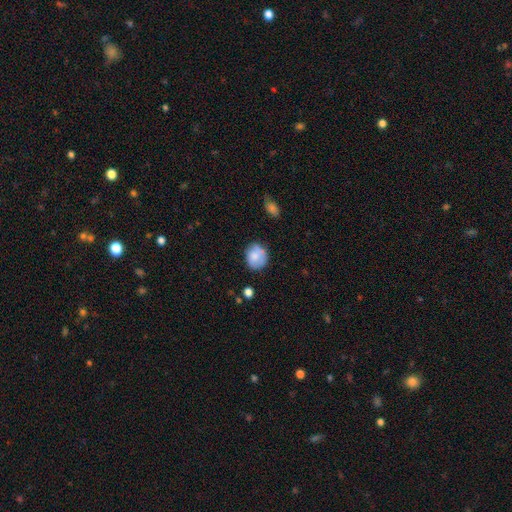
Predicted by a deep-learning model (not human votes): A smooth galaxy with no disk features (76%) that is round (70%).

Vote fractions:
- Smooth or featured? smooth: 76% / featured or disk: 16% / star or artifact: 8%
- How rounded? round: 70% / in between: 29% / cigar-shaped: 1%
- Merging? none: 65% / minor disturbance: 25% / major disturbance: 6% / merger: 4%